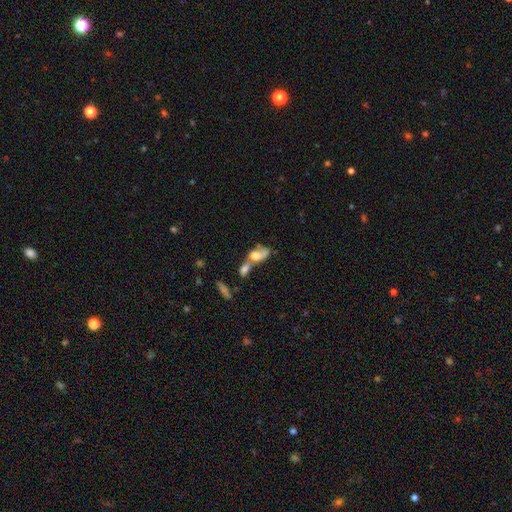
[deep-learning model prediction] Smooth or featured?
  - smooth: 57% *
  - featured or disk: 33%
  - star or artifact: 10%
How rounded?
  - in between: 75% *
  - round: 19%
  - cigar-shaped: 6%
Merging?
  - merger: 68% *
  - none: 13%
  - major disturbance: 11%
  - minor disturbance: 8%